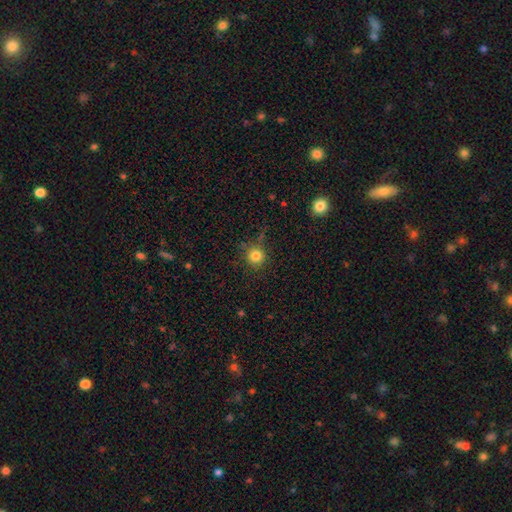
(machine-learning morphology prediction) Smooth or featured? smooth (81%)
How rounded? round (94%)
Merging? none (80%)